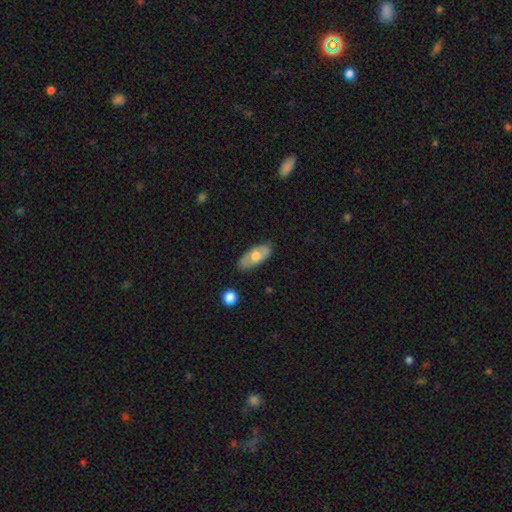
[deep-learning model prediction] A smooth galaxy with no disk features (55%) that is in between round and cigar-shaped (87%).

Vote fractions:
- Smooth or featured? smooth: 55% / featured or disk: 39% / star or artifact: 6%
- How rounded? in between: 87% / cigar-shaped: 10% / round: 4%
- Merging? none: 80% / minor disturbance: 15% / major disturbance: 3% / merger: 2%